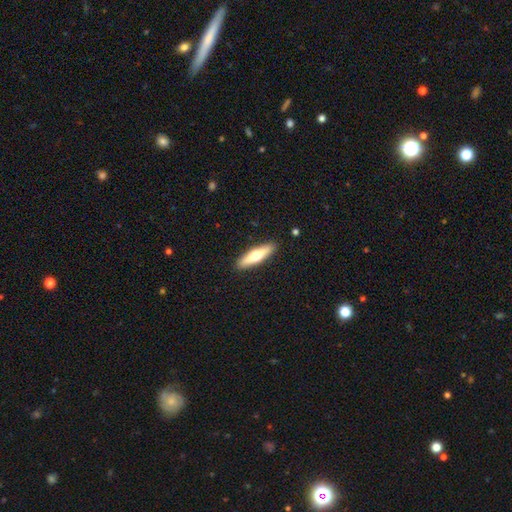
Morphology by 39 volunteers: Smooth or featured? smooth (54%)
How rounded? cigar-shaped (71%)
Merging? none (91%)